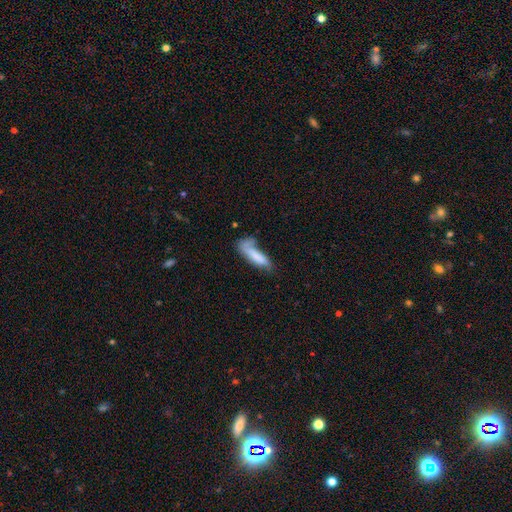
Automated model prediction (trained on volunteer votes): Morphology: type=smooth (71%); roundness=cigar-shaped (57%); merging=none (40%).